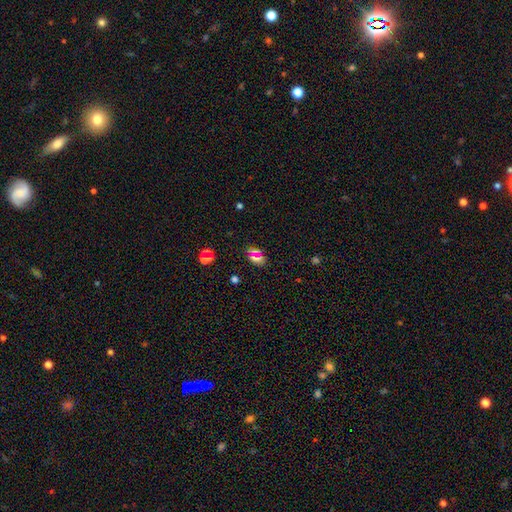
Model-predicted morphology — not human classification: smooth_or_featured: smooth (p=0.59) [alt: star or artifact p=0.31]
how_rounded: in between (p=0.69) [alt: round p=0.25]
merging: none (p=0.79) [alt: minor disturbance p=0.11]